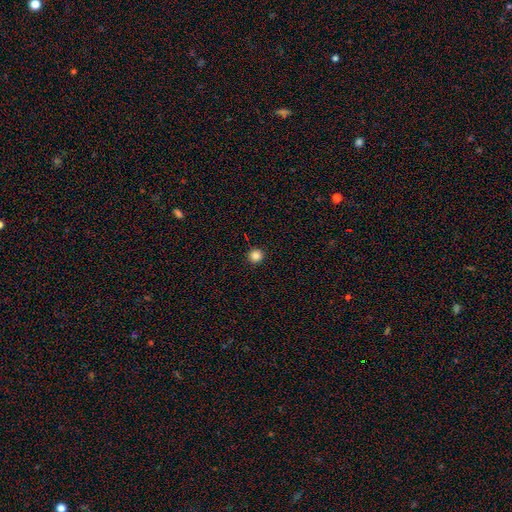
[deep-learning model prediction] Morphology: type=smooth (85%); roundness=round (95%); merging=none (93%).